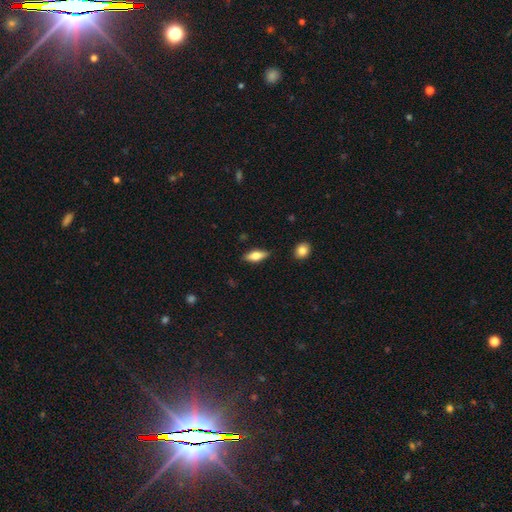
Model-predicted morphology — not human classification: Smooth or featured? smooth (62%)
How rounded? in between (70%)
Merging? none (86%)